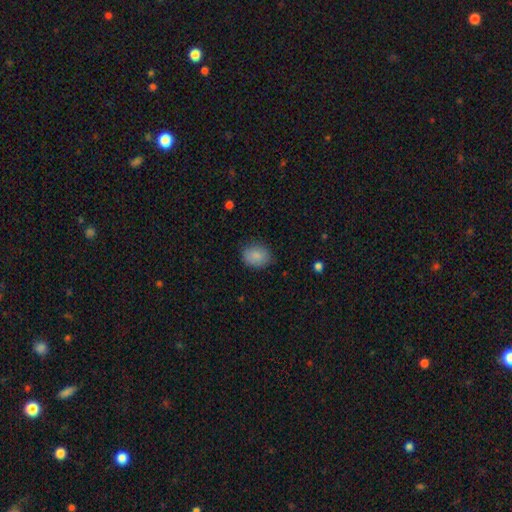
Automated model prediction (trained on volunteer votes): The model was most divided on "how rounded": in between: 65%, round: 34%, cigar-shaped: 1%. More confident: smooth or featured — smooth (86%); merging — none (80%).